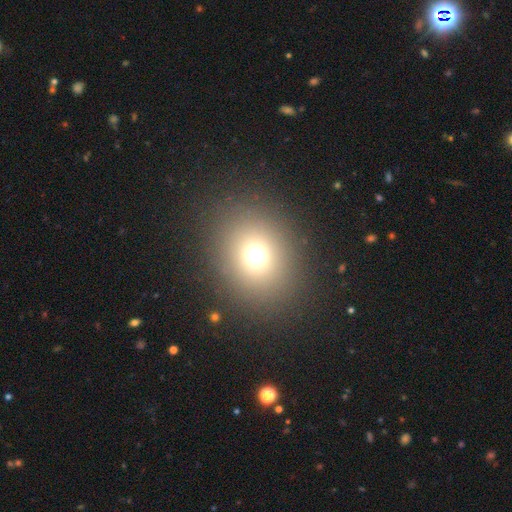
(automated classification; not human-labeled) A smooth galaxy with no disk features (68%) that is round (70%).

Vote fractions:
- Smooth or featured? smooth: 68% / star or artifact: 23% / featured or disk: 9%
- How rounded? round: 70% / in between: 29% / cigar-shaped: 1%
- Merging? none: 86% / minor disturbance: 7% / major disturbance: 5% / merger: 2%